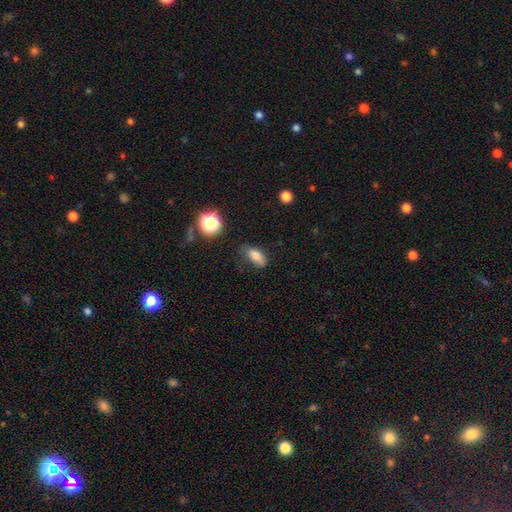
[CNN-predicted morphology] Smooth or featured? smooth (81%)
How rounded? in between (84%)
Merging? none (63%)